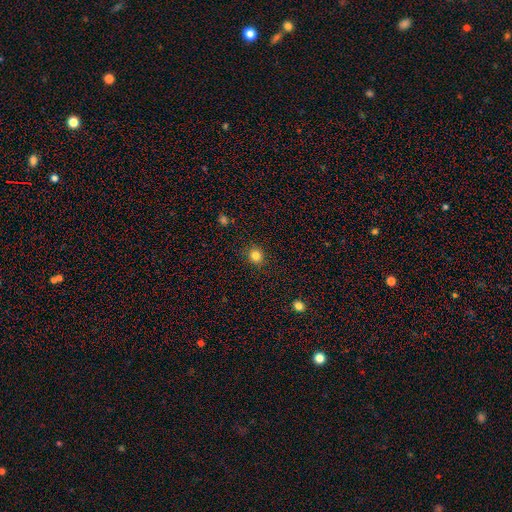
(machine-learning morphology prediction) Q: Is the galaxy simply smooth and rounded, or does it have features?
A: smooth — 82%.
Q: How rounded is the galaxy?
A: round — 87%.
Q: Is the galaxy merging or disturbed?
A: none — 90%.